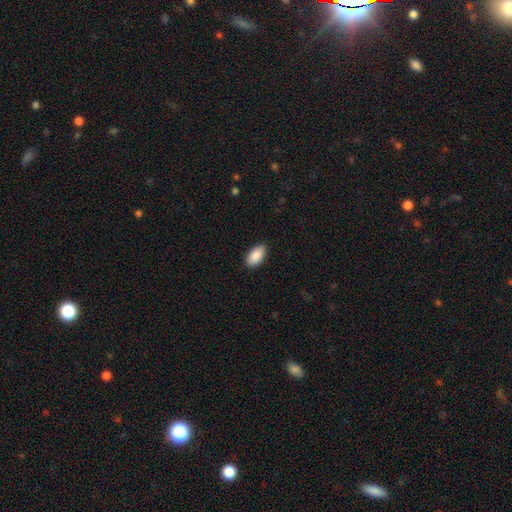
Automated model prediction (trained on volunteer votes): smooth 91%, star or artifact 6%, featured or disk 3%. Down the decision tree: how rounded — in between (95%); merging — none (89%).